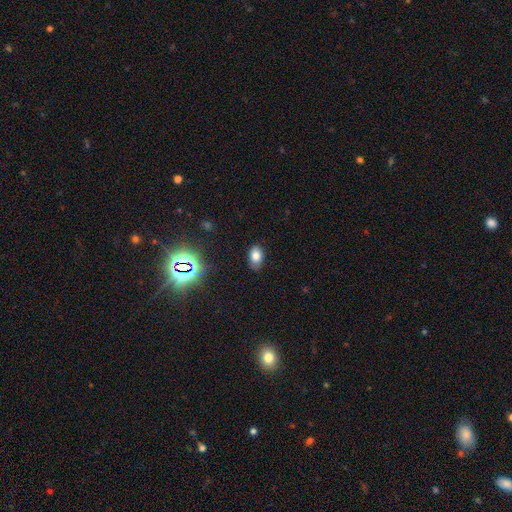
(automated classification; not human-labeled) smooth-or-featured: smooth: 75% | star or artifact: 14% | featured or disk: 10%
  how-rounded: in between: 86% | round: 13% | cigar-shaped: 1%
  merging: none: 80% | minor disturbance: 16% | major disturbance: 3% | merger: 1%